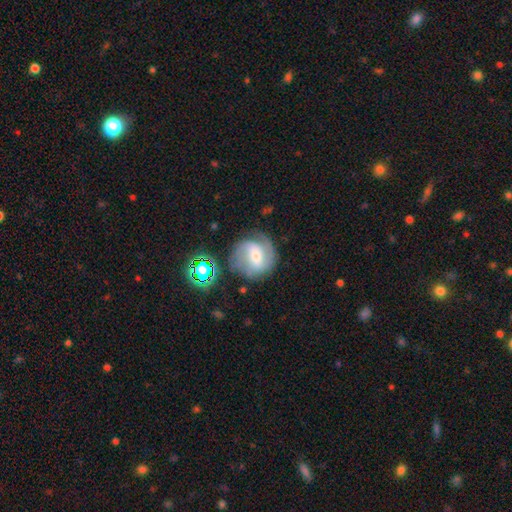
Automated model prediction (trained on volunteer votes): This appears to be a featured or disk galaxy (72%) with a weak bar (48%), 2 (62%) medium (45%) spiral arms (92%) and a small central bulge (52%). Merging: none (63%).